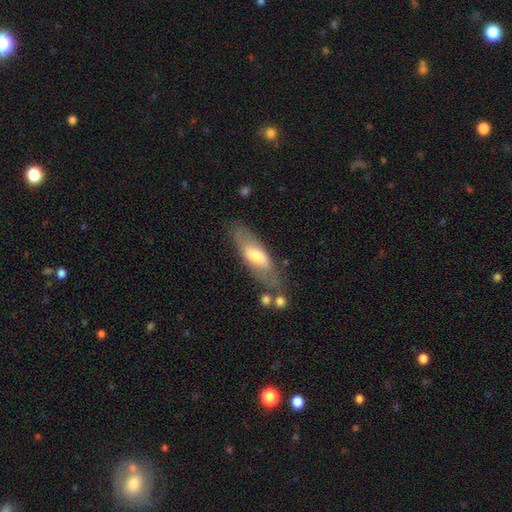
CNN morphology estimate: smooth 52%, featured or disk 41%, star or artifact 6%. Down the decision tree: how rounded — in between (56%); merging — none (69%).